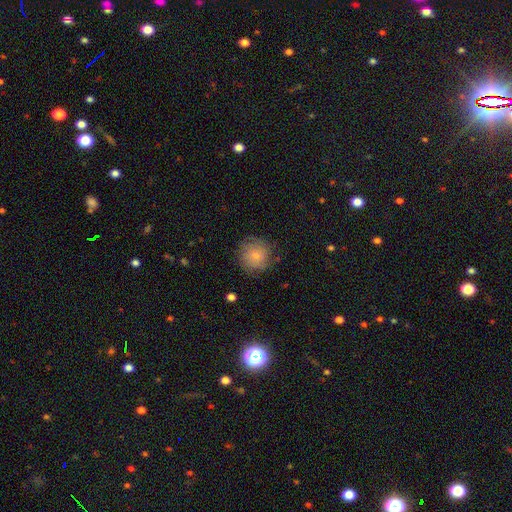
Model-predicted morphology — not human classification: Overall: smooth (72%). How rounded: round (92%). Merging: none (76%).